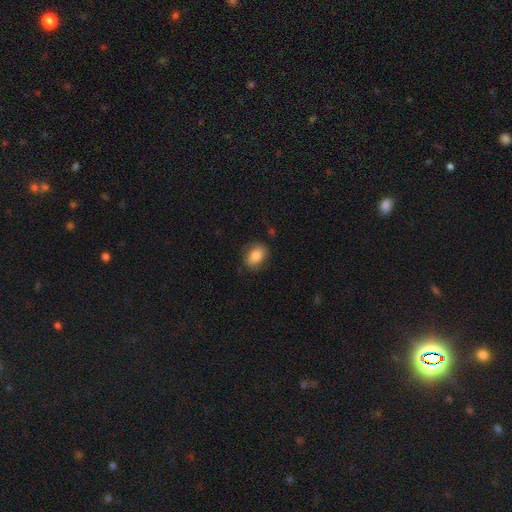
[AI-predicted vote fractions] This appears to be a smooth galaxy with no disk features (82%) that is in between round and cigar-shaped (70%). Merging: none (78%).